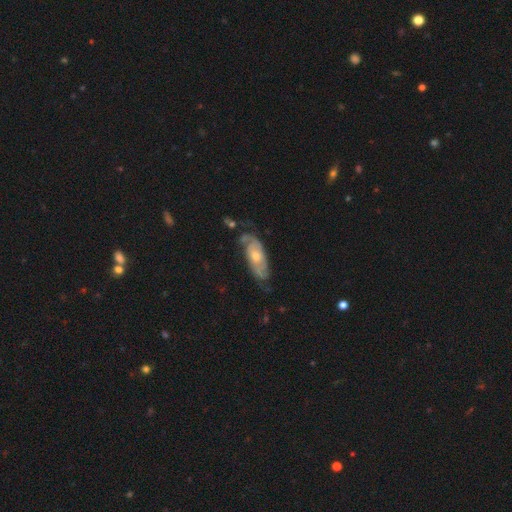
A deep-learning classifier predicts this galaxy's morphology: A featured or disk galaxy (73%) with no bar (75%), 2 (53%) tight (55%) spiral arms (87%) and a moderate central bulge (65%).

Vote fractions:
- Smooth or featured? featured or disk: 73% / smooth: 22% / star or artifact: 5%
- Edge-on disk? no: 88% / yes: 12%
- Bar? no: 75% / weak: 21% / strong: 4%
- Spiral arms? yes: 87% / no: 13%
- Spiral winding? tight: 55% / medium: 33% / loose: 12%
- Spiral arm count? 2: 53% / can't tell: 34% / 3: 5% / 1: 5% / 4: 2% / more than 4: 2%
- Bulge size? moderate: 65% / small: 27% / large: 6% / none: 2% / dominant: 1%
- Merging? none: 60% / minor disturbance: 25% / major disturbance: 11% / merger: 4%